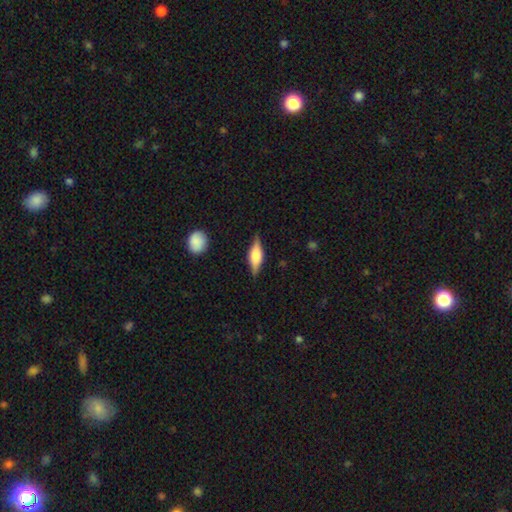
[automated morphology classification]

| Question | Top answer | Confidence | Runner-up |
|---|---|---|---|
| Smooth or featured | featured or disk | 57% | smooth (36%) |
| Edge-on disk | yes | 95% | no (5%) |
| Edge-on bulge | rounded | 76% | boxy (22%) |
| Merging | none | 85% | minor disturbance (11%) |